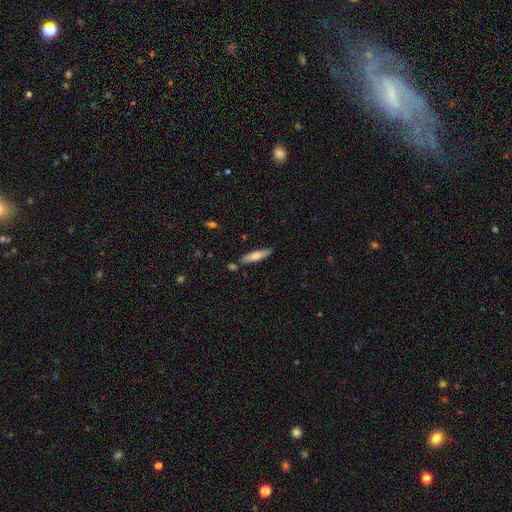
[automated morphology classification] Smooth or featured: smooth — 71% (featured or disk — 23%)
How rounded: cigar-shaped — 79% (in between — 20%)
Merging: none — 81% (minor disturbance — 11%)